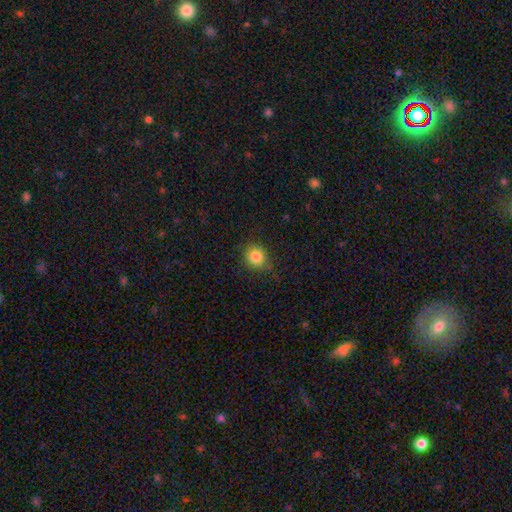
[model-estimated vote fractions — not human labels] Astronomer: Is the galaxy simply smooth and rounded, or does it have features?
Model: smooth — 84%.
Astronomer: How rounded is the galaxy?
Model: round — 85%.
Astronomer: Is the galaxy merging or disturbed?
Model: none — 84%.